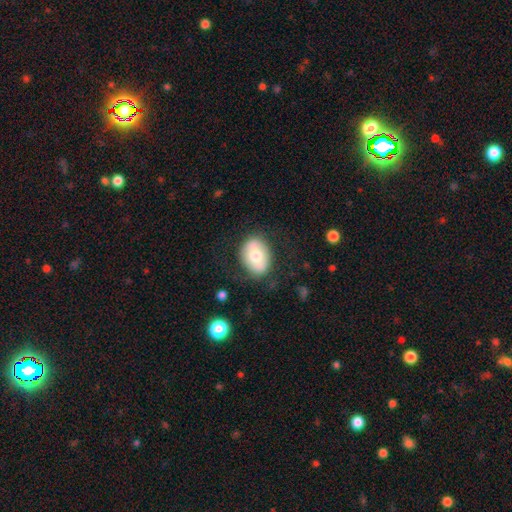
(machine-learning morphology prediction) type=smooth (63%); roundness=in between (71%); merging=none (75%).